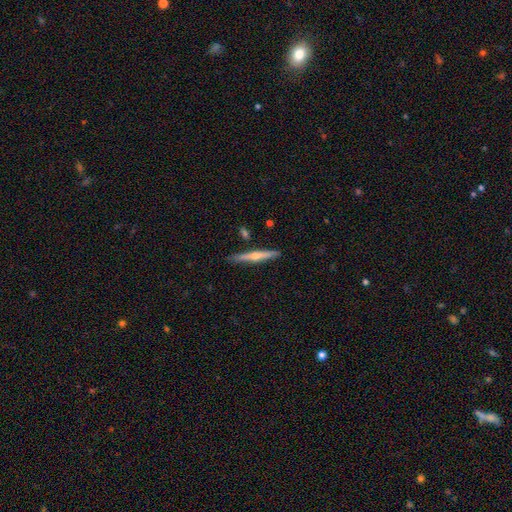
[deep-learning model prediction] Smooth or featured: featured or disk — 67% (smooth — 27%)
Edge-on disk: yes — 97% (no — 3%)
Edge-on bulge: rounded — 83% (none — 13%)
Merging: none — 89% (minor disturbance — 7%)